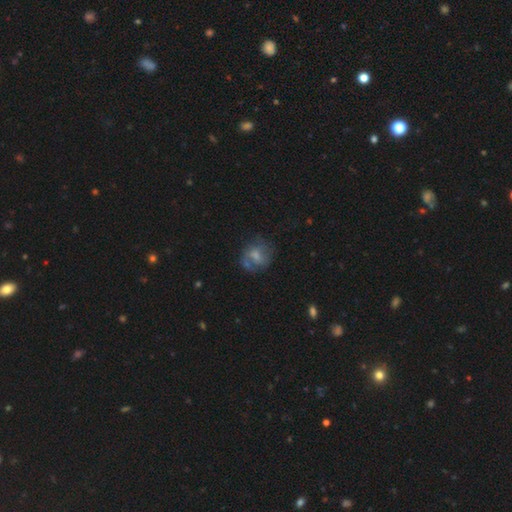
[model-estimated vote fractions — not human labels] Morphology: type=featured or disk (46%); merging=none (56%).